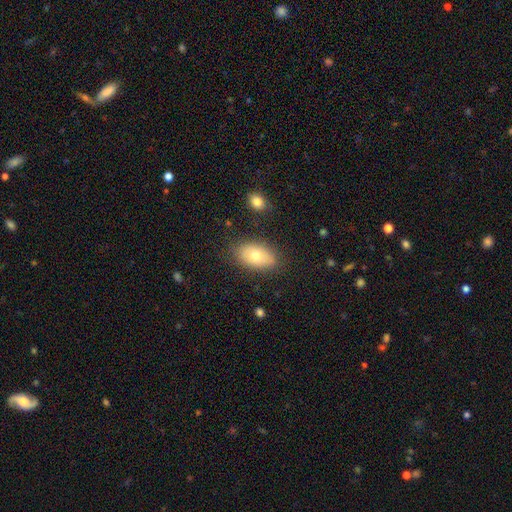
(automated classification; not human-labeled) Overall: smooth (72%). How rounded: in between (91%). Merging: none (81%).